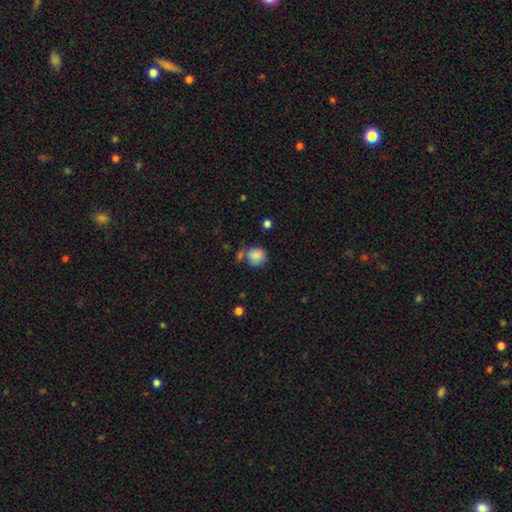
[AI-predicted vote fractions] Smooth or featured? Predicted: smooth (p=0.86). How rounded? Predicted: round (p=0.82). Merging? Predicted: none (p=0.62).